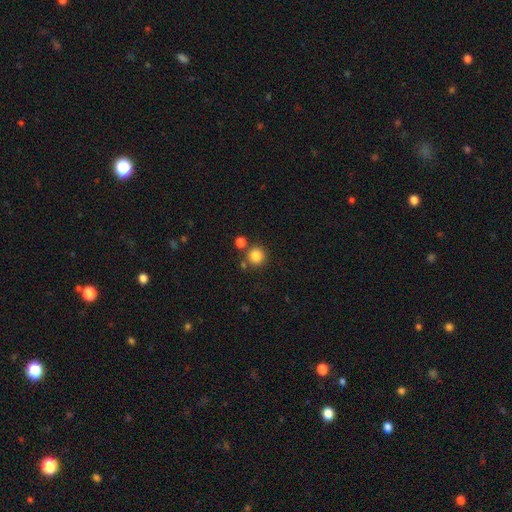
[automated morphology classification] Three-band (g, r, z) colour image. It shows a smooth galaxy with no disk features (84%) that is round (94%). Merging: none (77%).